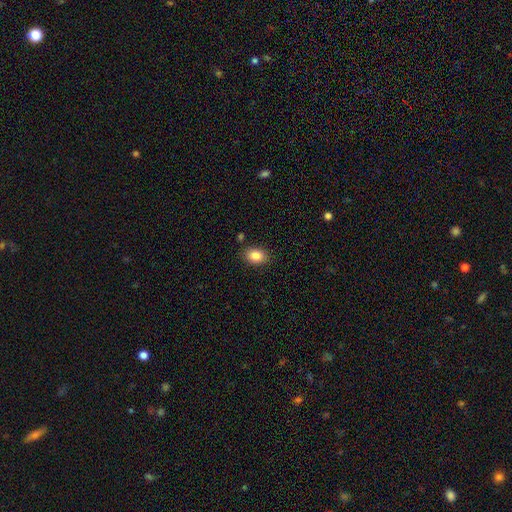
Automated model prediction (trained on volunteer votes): A smooth galaxy with no disk features (86%) that is in between round and cigar-shaped (78%).

Vote fractions:
- Smooth or featured? smooth: 86% / star or artifact: 9% / featured or disk: 6%
- How rounded? in between: 78% / round: 21% / cigar-shaped: 1%
- Merging? none: 86% / minor disturbance: 10% / major disturbance: 2% / merger: 2%